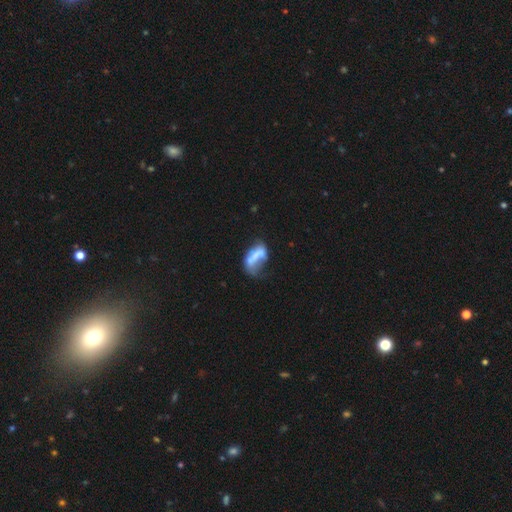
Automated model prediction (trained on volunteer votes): A smooth galaxy with no disk features (49%).

Vote fractions:
- Smooth or featured? smooth: 49% / featured or disk: 41% / star or artifact: 10%
- Merging? major disturbance: 36% / minor disturbance: 23% / none: 23% / merger: 18%